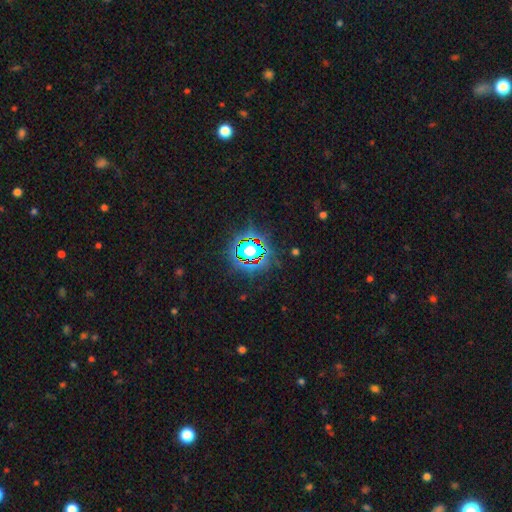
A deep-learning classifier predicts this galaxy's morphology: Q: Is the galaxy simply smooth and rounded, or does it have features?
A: star or artifact — 80%.